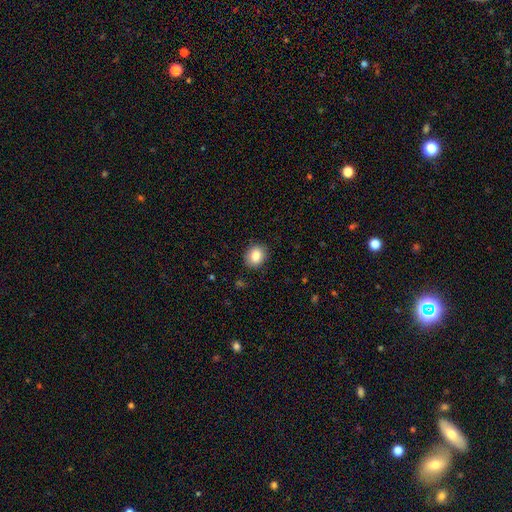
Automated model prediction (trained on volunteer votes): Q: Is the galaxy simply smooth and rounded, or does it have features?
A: smooth — 84%.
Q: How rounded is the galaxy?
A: round — 67%.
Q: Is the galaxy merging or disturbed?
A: none — 89%.